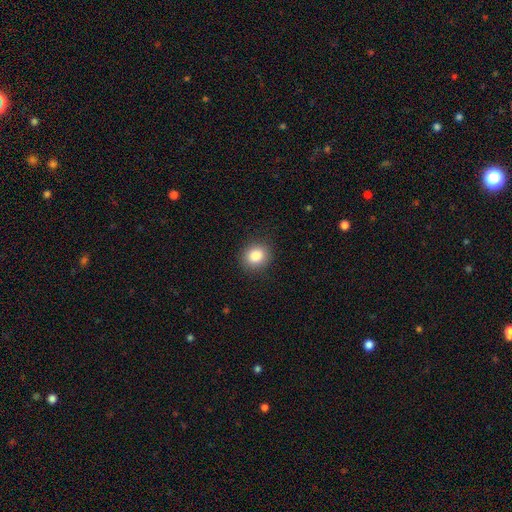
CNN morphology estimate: smooth_or_featured: smooth (p=0.85) [alt: star or artifact p=0.10]
how_rounded: round (p=0.77) [alt: in between p=0.22]
merging: none (p=0.89) [alt: minor disturbance p=0.07]